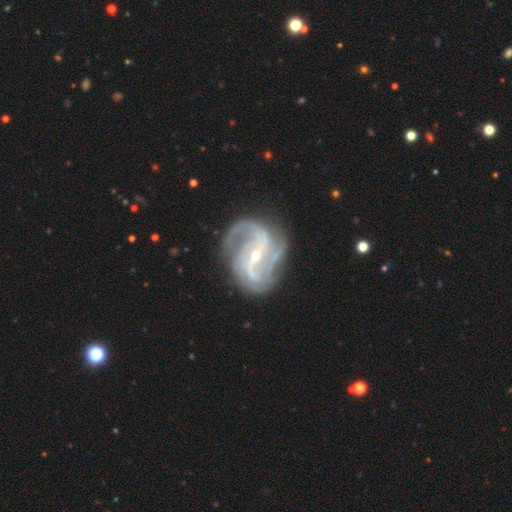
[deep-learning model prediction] A featured or disk galaxy (91%) with a strong bar (40%), 2 (56%) medium (51%) spiral arms (97%) and a small central bulge (72%).

Vote fractions:
- Smooth or featured? featured or disk: 91% / star or artifact: 5% / smooth: 4%
- Edge-on disk? no: 98% / yes: 2%
- Bar? strong: 40% / weak: 38% / no: 22%
- Spiral arms? yes: 97% / no: 3%
- Spiral winding? medium: 51% / loose: 27% / tight: 22%
- Spiral arm count? 2: 56% / 3: 19% / can't tell: 10% / 4: 6% / 1: 4% / more than 4: 4%
- Bulge size? small: 72% / moderate: 26% / large: 1% / none: 1% / dominant: 1%
- Merging? none: 68% / minor disturbance: 19% / major disturbance: 11% / merger: 2%